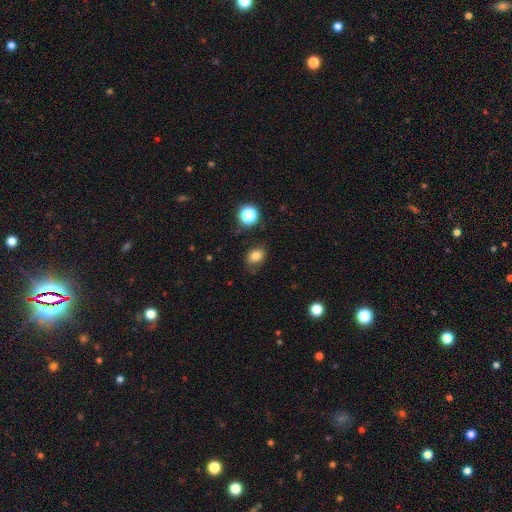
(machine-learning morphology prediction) Q: Smooth or featured?
A: smooth (79%); runner-up: star or artifact (13%)
Q: How rounded?
A: in between (66%); runner-up: round (33%)
Q: Merging?
A: none (78%); runner-up: minor disturbance (16%)